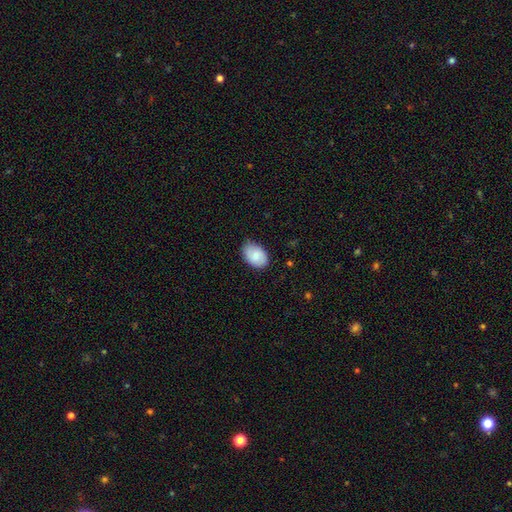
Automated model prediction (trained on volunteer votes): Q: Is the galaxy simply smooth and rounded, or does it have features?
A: smooth — 83%.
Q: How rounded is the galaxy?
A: in between — 86%.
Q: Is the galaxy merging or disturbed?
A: none — 76%.